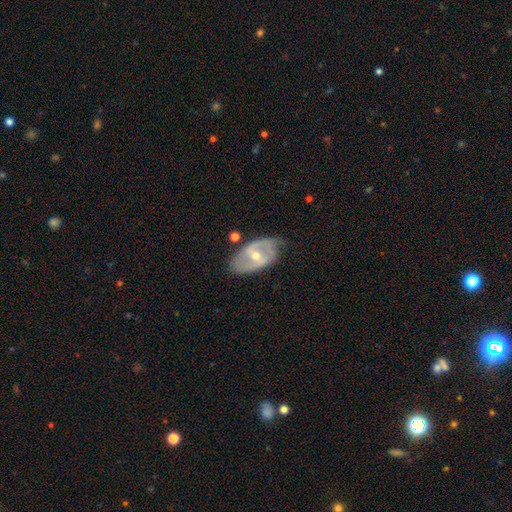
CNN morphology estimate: A featured or disk galaxy (75%) with a weak bar (42%), spiral arms (67%) and a moderate central bulge (49%). Merging: none (66%).